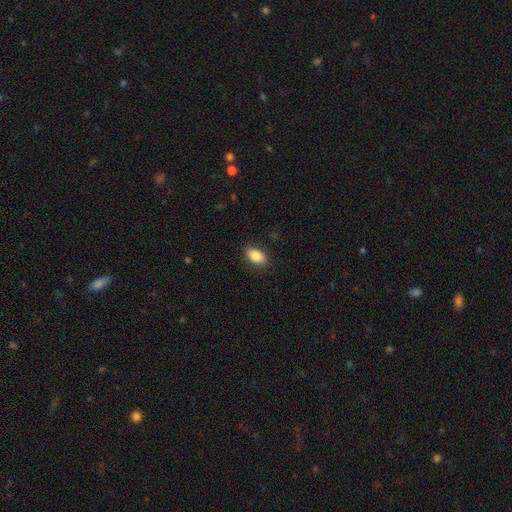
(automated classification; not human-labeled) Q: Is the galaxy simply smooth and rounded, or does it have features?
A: smooth — 86%.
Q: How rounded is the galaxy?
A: in between — 89%.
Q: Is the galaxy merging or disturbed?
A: none — 87%.